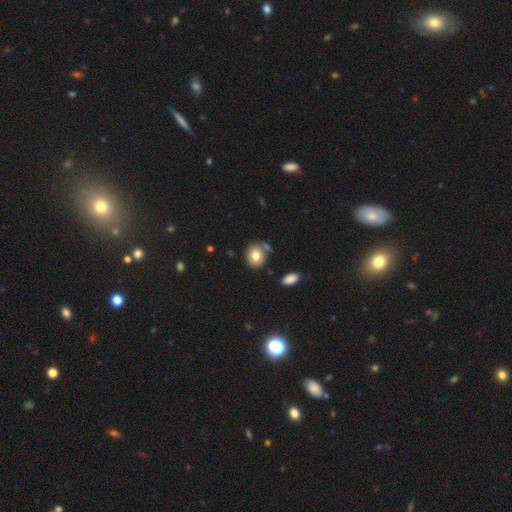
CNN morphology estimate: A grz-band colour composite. It shows a smooth galaxy with no disk features (77%) that is round (66%). Merging: none (69%).